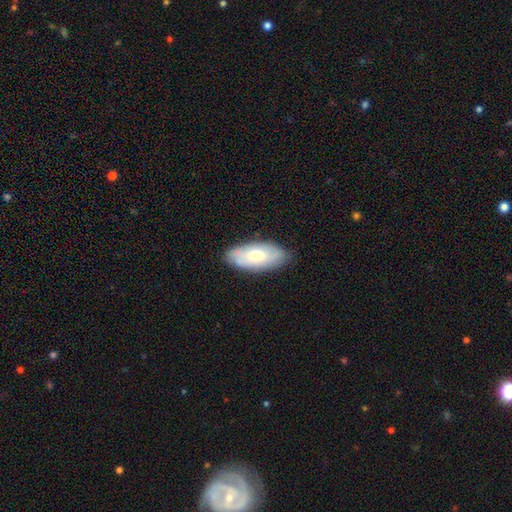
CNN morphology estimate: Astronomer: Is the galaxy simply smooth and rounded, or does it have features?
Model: smooth — 62%.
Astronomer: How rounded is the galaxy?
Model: in between — 89%.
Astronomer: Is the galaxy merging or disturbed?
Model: none — 82%.